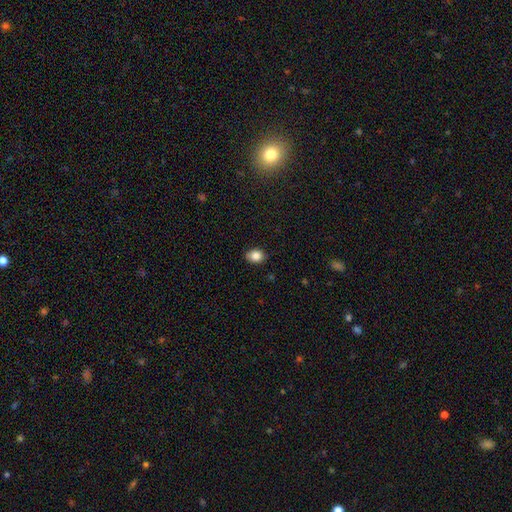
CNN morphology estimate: Smooth or featured?
  - smooth: 84% *
  - star or artifact: 10%
  - featured or disk: 6%
How rounded?
  - in between: 50% *
  - round: 49%
  - cigar-shaped: 1%
Merging?
  - none: 81% *
  - minor disturbance: 15%
  - major disturbance: 2%
  - merger: 1%